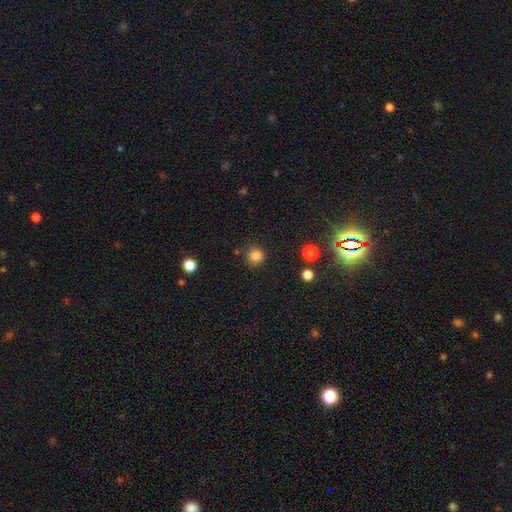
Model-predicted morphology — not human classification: Q: Smooth or featured?
A: smooth (83%); runner-up: star or artifact (13%)
Q: How rounded?
A: round (94%); runner-up: in between (5%)
Q: Merging?
A: none (87%); runner-up: minor disturbance (8%)